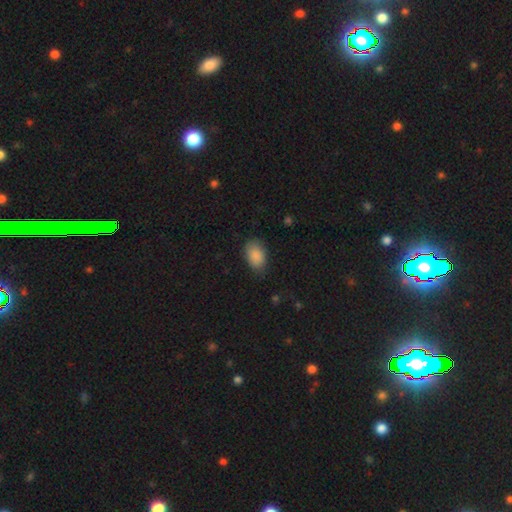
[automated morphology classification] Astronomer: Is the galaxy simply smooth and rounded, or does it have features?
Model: smooth — 88%.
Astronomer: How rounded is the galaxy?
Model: in between — 88%.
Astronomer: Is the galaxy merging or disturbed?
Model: none — 73%.